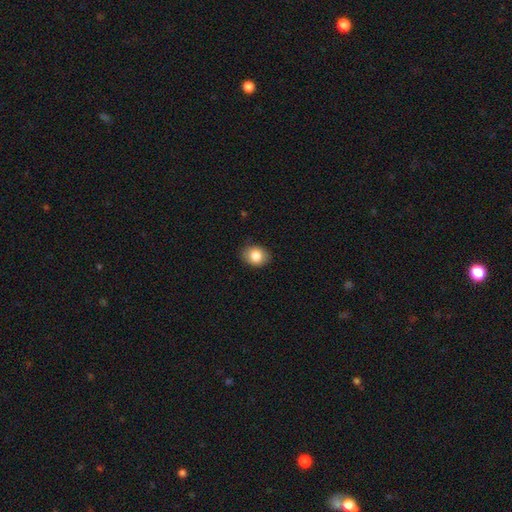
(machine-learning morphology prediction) This is clearly a smooth galaxy (85%). How rounded: possibly in between (54%). Merging: clearly none (84%).